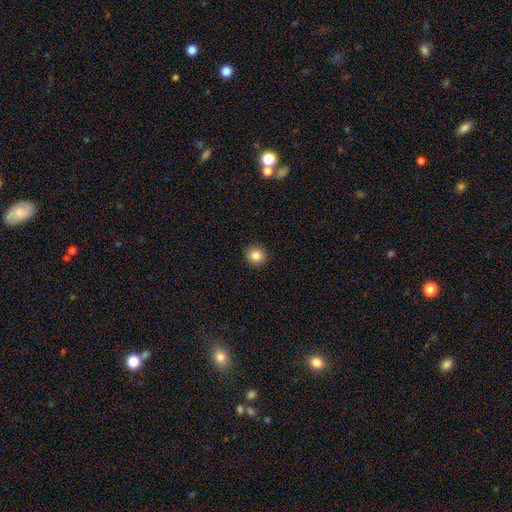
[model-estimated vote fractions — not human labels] Smooth or featured: smooth — 84% (star or artifact — 10%)
How rounded: round — 91% (in between — 8%)
Merging: none — 92% (minor disturbance — 5%)